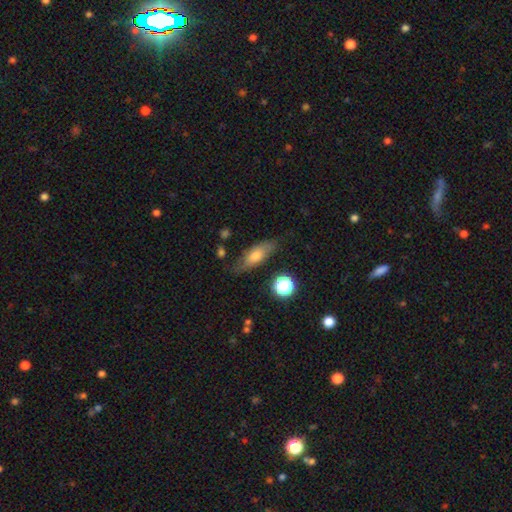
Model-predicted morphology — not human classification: A smooth galaxy with no disk features (64%) that is in between round and cigar-shaped (62%). Merging: none (73%).